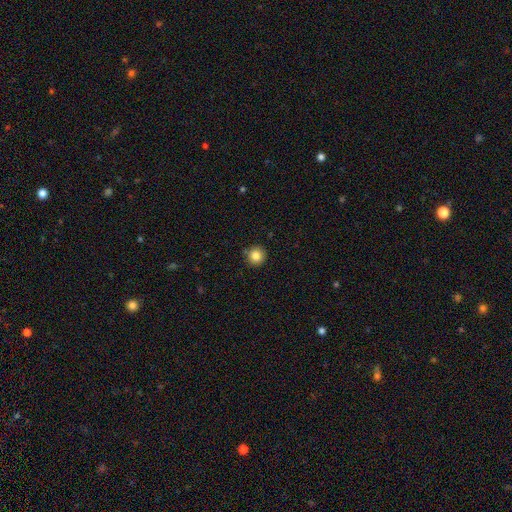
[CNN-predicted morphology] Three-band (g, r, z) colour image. It shows a smooth galaxy with no disk features (84%) that is round (95%). Merging: none (90%).